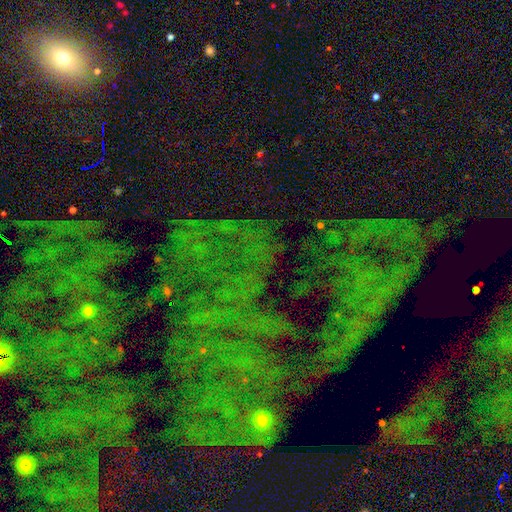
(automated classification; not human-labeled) Smooth or featured?
  - star or artifact: 81% *
  - smooth: 10%
  - featured or disk: 9%